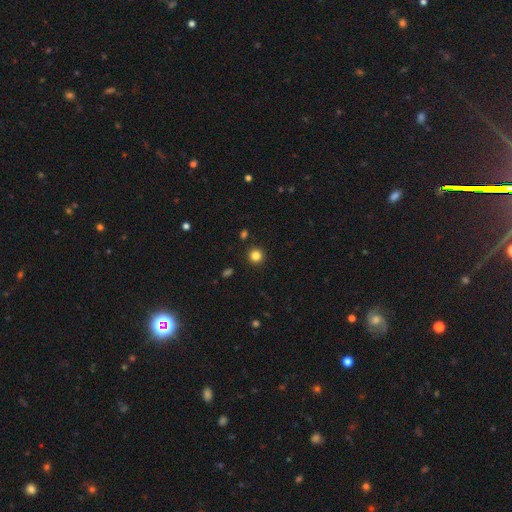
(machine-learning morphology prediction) This is clearly a smooth galaxy (83%). How rounded: clearly round (94%). Merging: clearly none (92%).